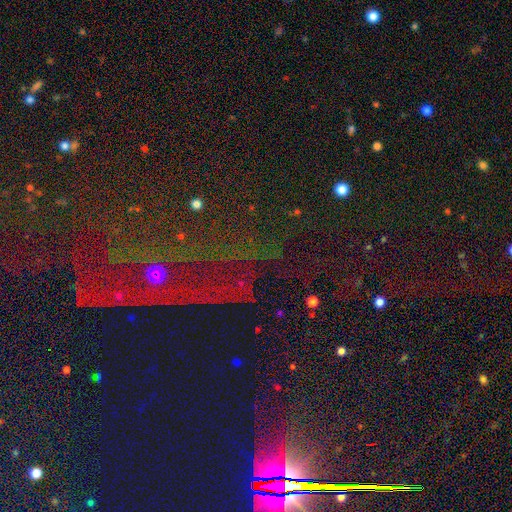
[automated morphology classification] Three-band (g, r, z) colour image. It shows a star or artifact, not a galaxy (82%).